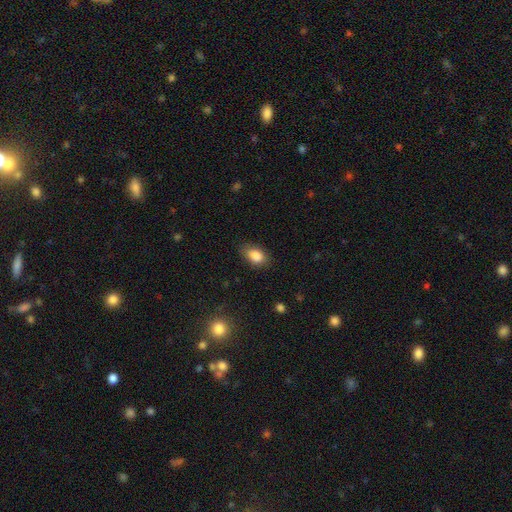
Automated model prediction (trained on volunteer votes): Smooth or featured?
  - smooth: 86% *
  - star or artifact: 8%
  - featured or disk: 6%
How rounded?
  - in between: 87% *
  - round: 11%
  - cigar-shaped: 2%
Merging?
  - none: 76% *
  - minor disturbance: 18%
  - major disturbance: 4%
  - merger: 1%